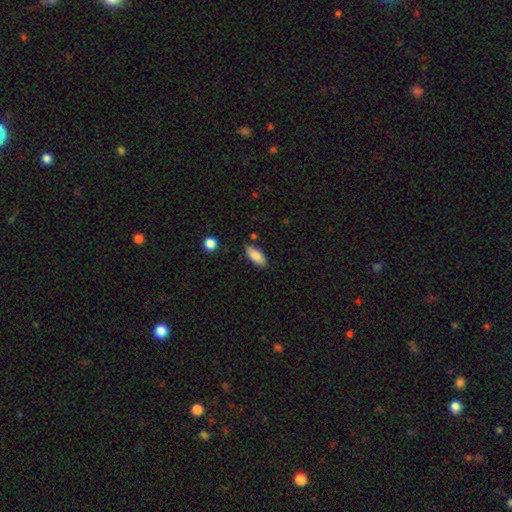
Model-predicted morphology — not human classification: This appears to be a smooth galaxy with no disk features (86%) that is in between round and cigar-shaped (84%). Merging: none (83%).